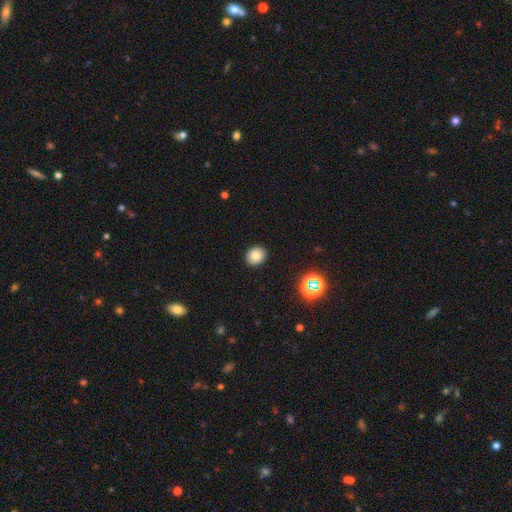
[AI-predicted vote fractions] Overall: smooth (79%). How rounded: round (72%). Merging: none (91%).